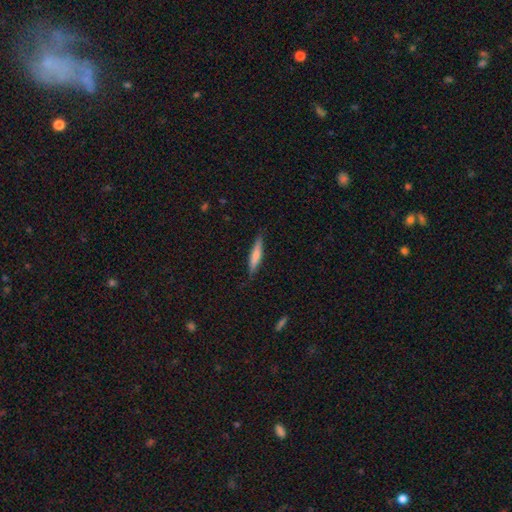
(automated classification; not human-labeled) Overall: smooth (65%; featured or disk 29%). How rounded: cigar-shaped (88%). Merging: none (86%).